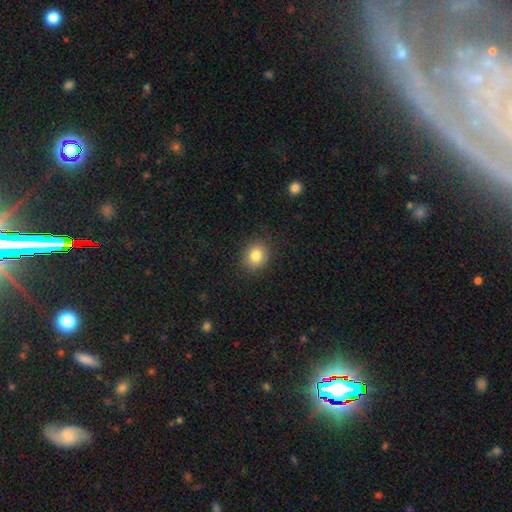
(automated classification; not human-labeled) A smooth galaxy with no disk features (83%) that is round (64%). Merging: none (87%).